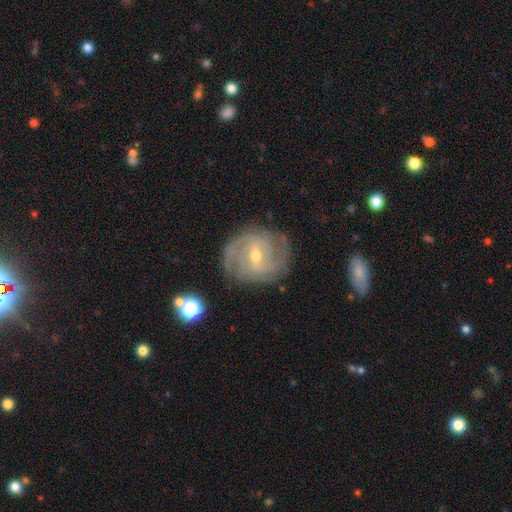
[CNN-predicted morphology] Smooth or featured?
  - featured or disk: 86% *
  - smooth: 8%
  - star or artifact: 6%
Edge-on disk?
  - no: 97% *
  - yes: 3%
Bar?
  - weak: 53% *
  - no: 25%
  - strong: 22%
Spiral arms?
  - yes: 96% *
  - no: 4%
Spiral winding?
  - tight: 59% *
  - medium: 34%
  - loose: 7%
Spiral arm count?
  - 2: 35% *
  - 3: 25%
  - can't tell: 21%
  - 4: 9%
  - 1: 5%
  - more than 4: 5%
Bulge size?
  - small: 50% *
  - moderate: 48%
  - large: 1%
  - none: 1%
  - dominant: 1%
Merging?
  - none: 79% *
  - minor disturbance: 14%
  - major disturbance: 5%
  - merger: 2%